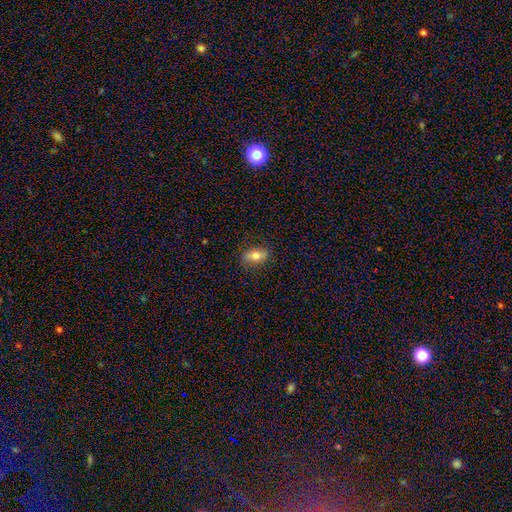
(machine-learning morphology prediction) Smooth or featured? Predicted: smooth (p=0.71). How rounded? Predicted: in between (p=0.84). Merging? Predicted: none (p=0.85).